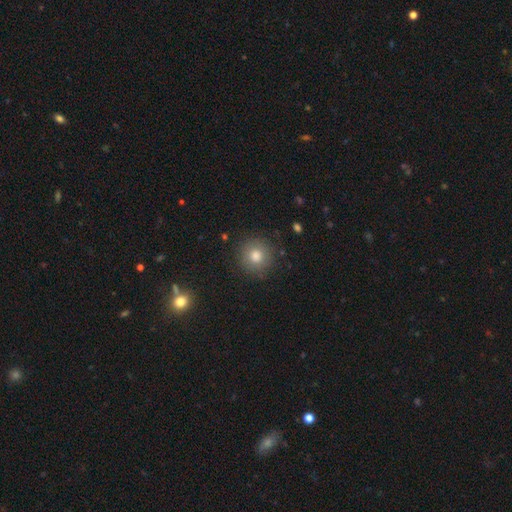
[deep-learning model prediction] Morphology: type=smooth (80%); roundness=round (92%); merging=none (89%).